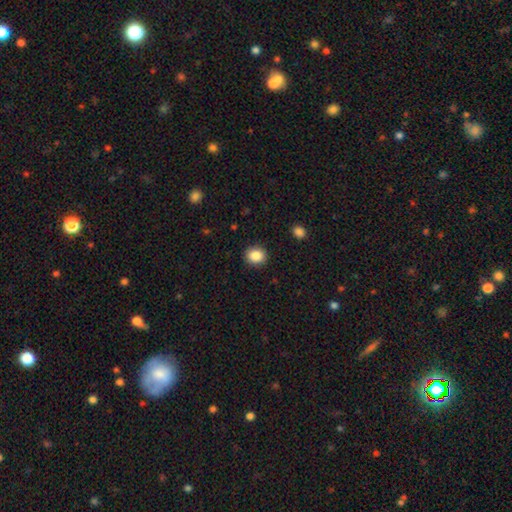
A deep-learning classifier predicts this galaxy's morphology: The model was most divided on "how rounded": round: 76%, in between: 23%, cigar-shaped: 1%. More confident: merging — none (90%); smooth or featured — smooth (87%).